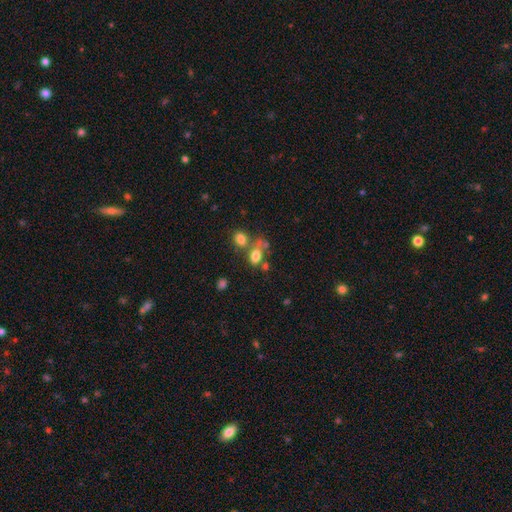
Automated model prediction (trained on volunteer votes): Q: Smooth or featured?
A: smooth (74%); runner-up: star or artifact (13%)
Q: How rounded?
A: in between (76%); runner-up: round (21%)
Q: Merging?
A: none (39%); runner-up: merger (38%)